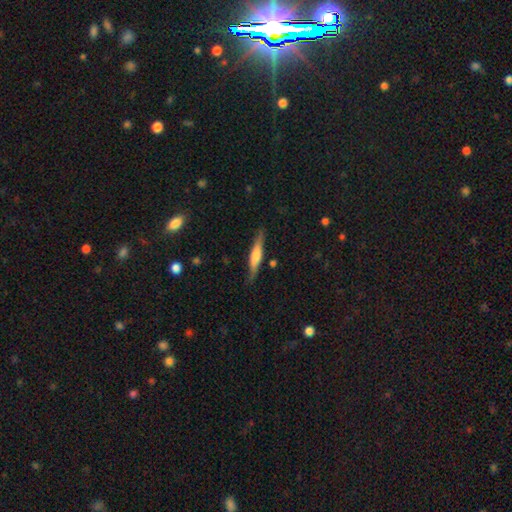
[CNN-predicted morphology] The model was most divided on "smooth or featured": featured or disk: 50%, smooth: 44%, star or artifact: 6%. More confident: merging — none (83%).